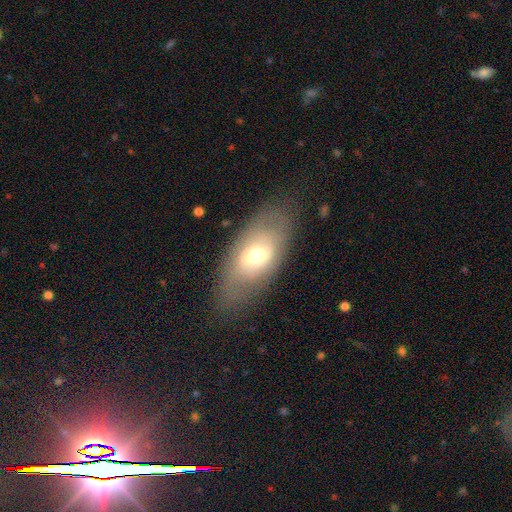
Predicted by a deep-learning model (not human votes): Smooth or featured?
  - smooth: 47% *
  - featured or disk: 45%
  - star or artifact: 9%
Merging?
  - none: 74% *
  - minor disturbance: 16%
  - major disturbance: 8%
  - merger: 1%